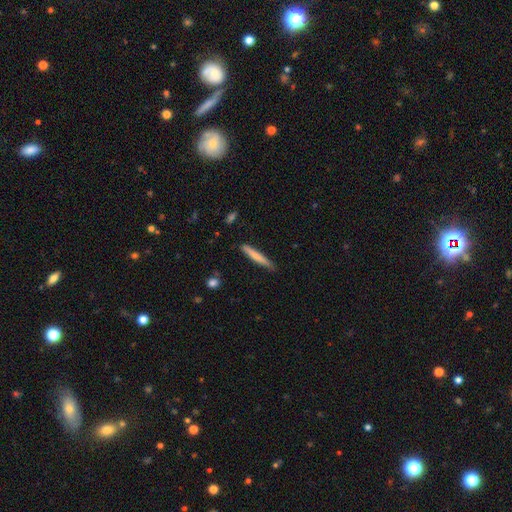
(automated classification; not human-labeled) Overall: smooth (69%). How rounded: cigar-shaped (95%). Merging: none (81%).